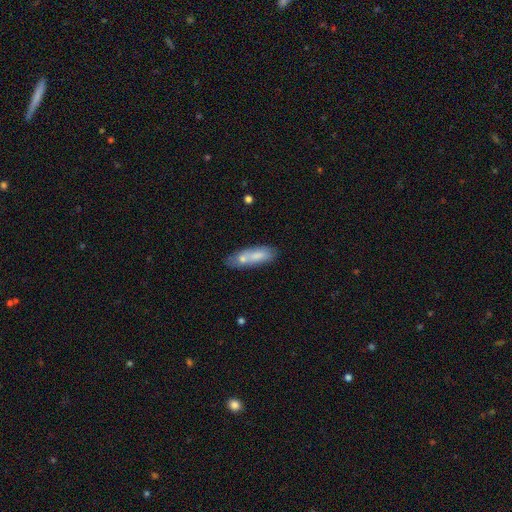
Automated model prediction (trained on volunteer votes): Smooth or featured? smooth (74%)
How rounded? in between (55%)
Merging? none (51%)